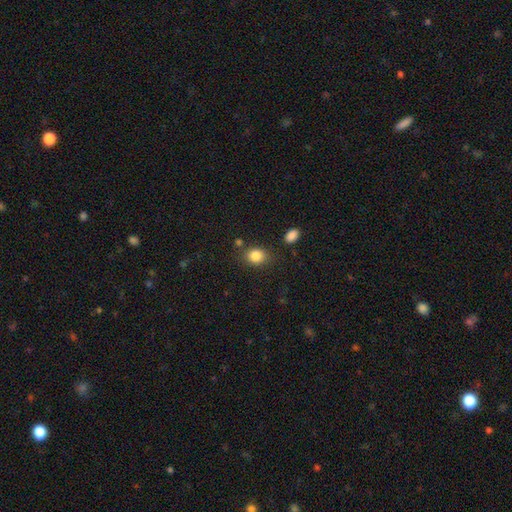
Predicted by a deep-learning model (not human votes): smooth 85%, star or artifact 10%, featured or disk 5%. Down the decision tree: how rounded — round (50%); merging — none (77%).